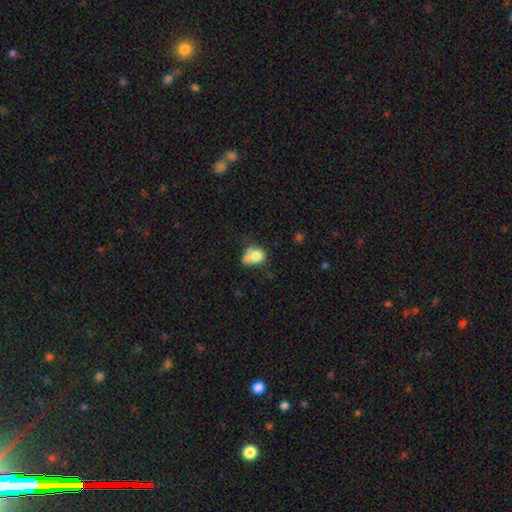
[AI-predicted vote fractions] The model was most divided on "merging": merger: 44%, none: 31%, minor disturbance: 16%, major disturbance: 9%. More confident: smooth or featured — smooth (72%); how rounded — round (57%).